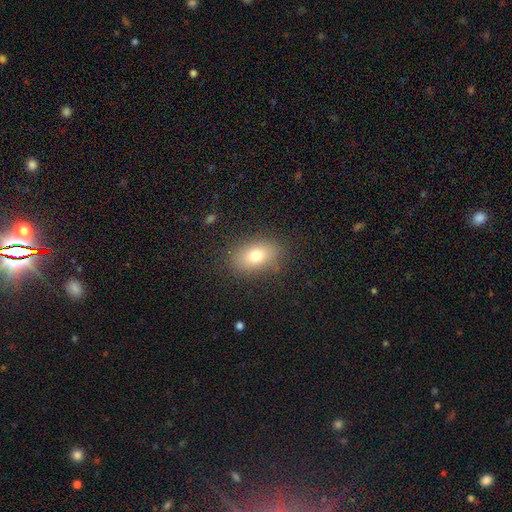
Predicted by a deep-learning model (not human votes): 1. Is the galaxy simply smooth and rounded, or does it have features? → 77% smooth, 13% featured or disk, 10% star or artifact.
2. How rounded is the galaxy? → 83% in between, 15% round, 2% cigar-shaped.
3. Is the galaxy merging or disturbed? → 84% none, 11% minor disturbance, 4% major disturbance, 1% merger.